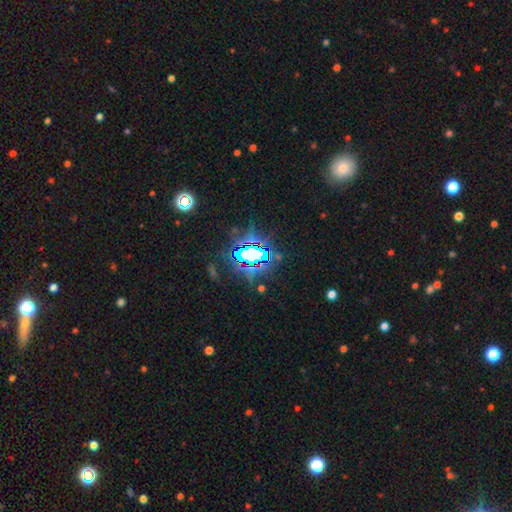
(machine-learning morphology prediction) A star or artifact, not a galaxy (79%).